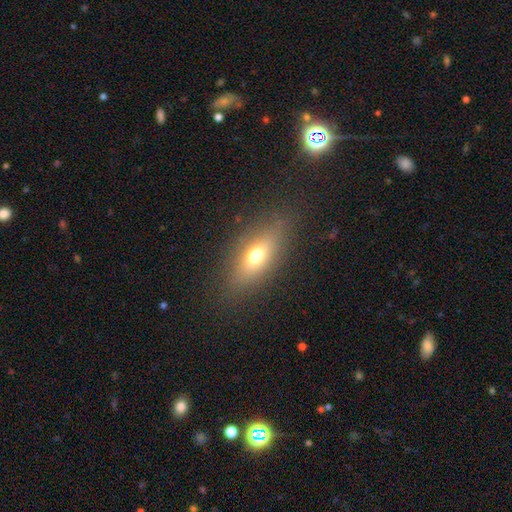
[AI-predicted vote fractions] The model was most divided on "smooth or featured": smooth: 64%, featured or disk: 24%, star or artifact: 12%. More confident: merging — none (82%); how rounded — in between (74%).